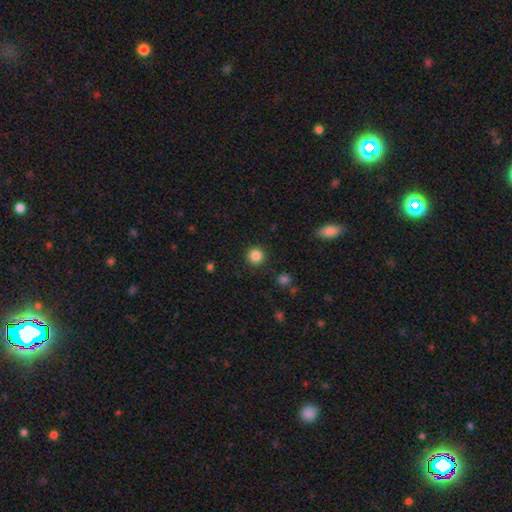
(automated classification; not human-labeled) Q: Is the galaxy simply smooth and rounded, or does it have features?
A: smooth — 85%.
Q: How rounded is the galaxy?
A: round — 94%.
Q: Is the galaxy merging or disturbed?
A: none — 91%.